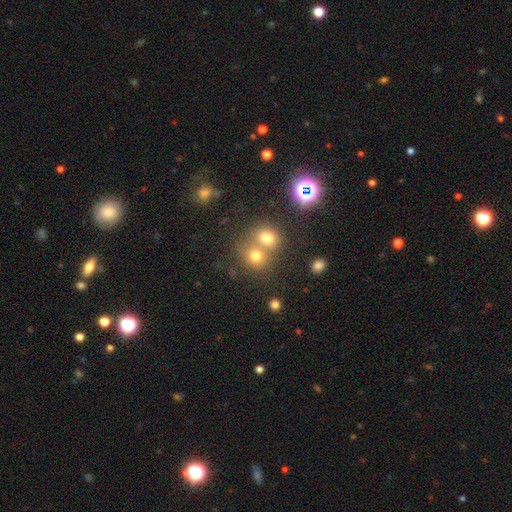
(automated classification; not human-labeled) smooth-or-featured: smooth: 72% | star or artifact: 17% | featured or disk: 11%
  how-rounded: round: 74% | in between: 25% | cigar-shaped: 1%
  merging: merger: 49% | none: 41% | minor disturbance: 7% | major disturbance: 3%